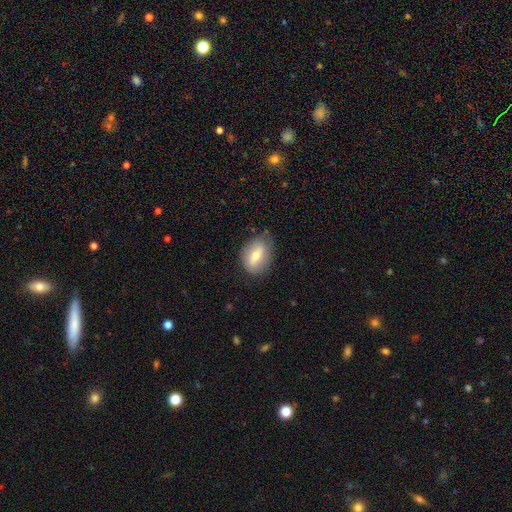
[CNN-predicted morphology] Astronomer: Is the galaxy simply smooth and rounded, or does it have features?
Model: smooth — 63%.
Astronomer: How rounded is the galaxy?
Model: in between — 78%.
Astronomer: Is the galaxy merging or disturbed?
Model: none — 74%.